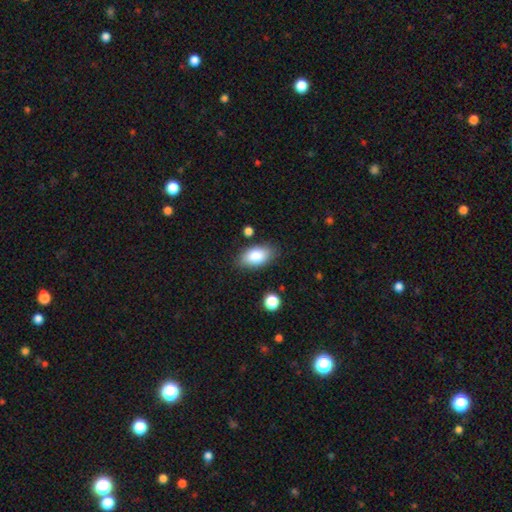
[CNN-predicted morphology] Smooth or featured? smooth (84%)
How rounded? in between (92%)
Merging? none (83%)